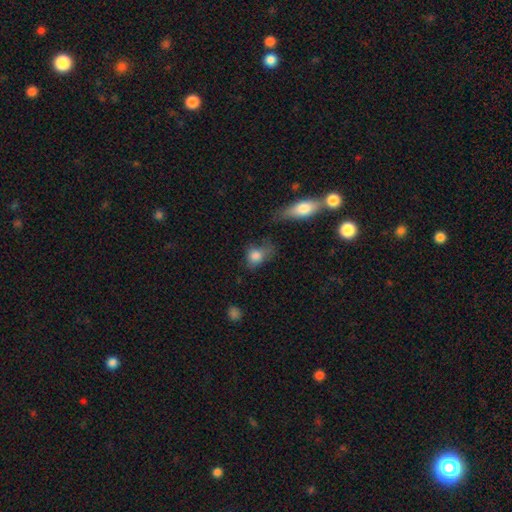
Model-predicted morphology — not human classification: The model was most divided on "how rounded": in between: 52%, round: 45%, cigar-shaped: 3%. Remaining: smooth or featured — smooth (80%); merging — none (39%).